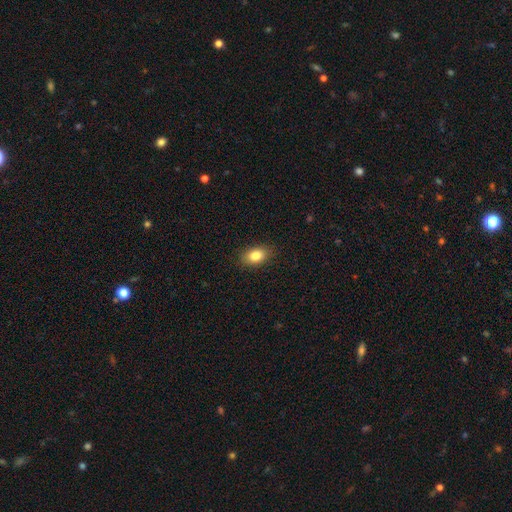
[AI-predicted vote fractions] This is clearly a smooth galaxy (83%). How rounded: clearly in between (83%). Merging: clearly none (88%).